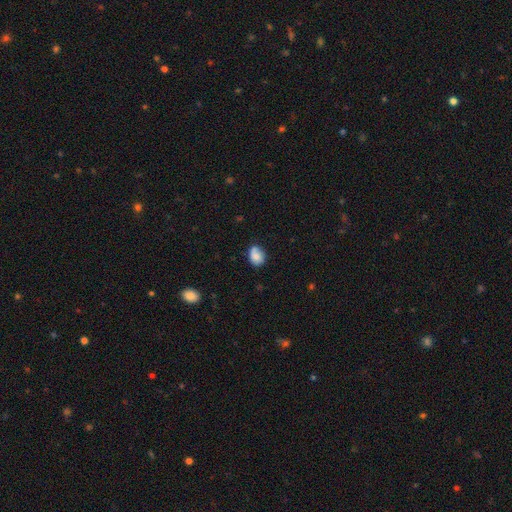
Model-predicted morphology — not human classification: smooth_or_featured: smooth (p=0.73) [alt: featured or disk p=0.17]
how_rounded: round (p=0.50) [alt: in between p=0.49]
merging: none (p=0.53) [alt: minor disturbance p=0.24]